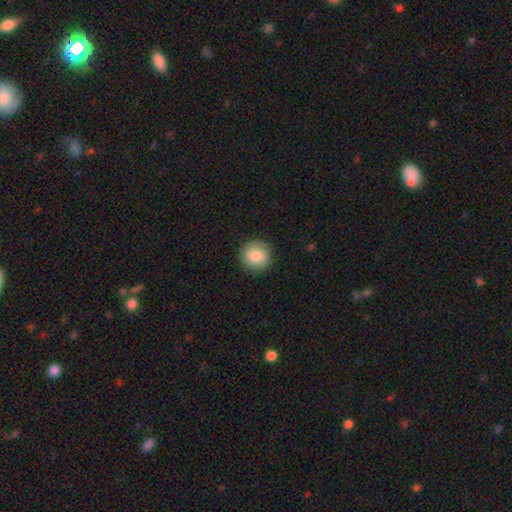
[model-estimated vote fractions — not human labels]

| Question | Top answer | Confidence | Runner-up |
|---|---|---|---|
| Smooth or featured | smooth | 83% | featured or disk (9%) |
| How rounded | round | 93% | in between (6%) |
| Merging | none | 88% | minor disturbance (9%) |